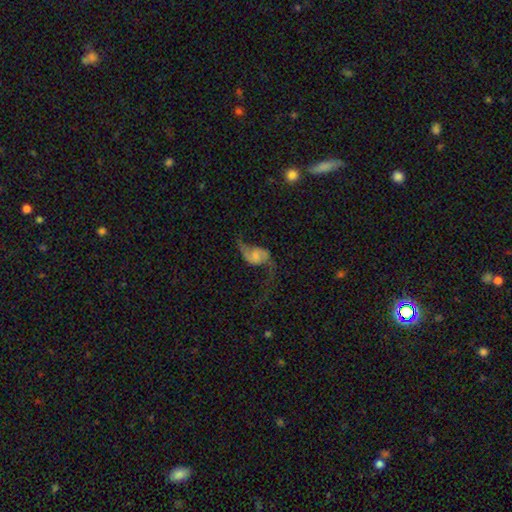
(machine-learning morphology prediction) smooth-or-featured: featured or disk: 82% | smooth: 11% | star or artifact: 6%
  disk-edge-on: no: 97% | yes: 3%
    bar: no: 55% | weak: 35% | strong: 10%
    has-spiral-arms: yes: 94% | no: 6%
      spiral-winding: loose: 87% | medium: 10% | tight: 3%
      spiral-arm-count: 2: 92% | 1: 3% | can't tell: 2% | 3: 1% | 4: 1% | more than 4: 1%
    bulge-size: small: 46% | moderate: 28% | none: 18% | large: 6% | dominant: 2%
  merging: none: 56% | major disturbance: 24% | minor disturbance: 16% | merger: 4%